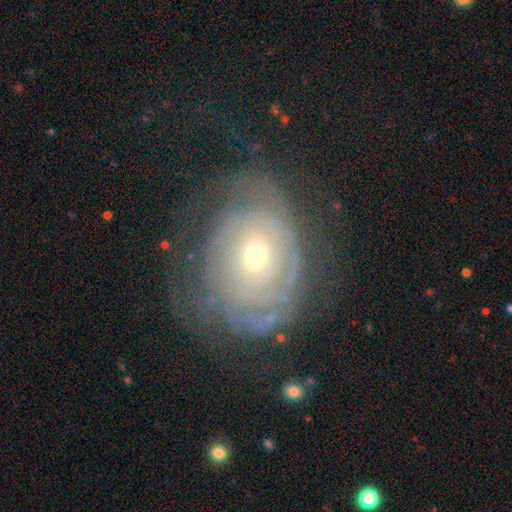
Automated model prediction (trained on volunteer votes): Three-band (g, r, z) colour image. It shows a featured or disk galaxy (79%) with no bar (81%), tight (79%) spiral arms (87%) and a small central bulge (55%). Merging: none (66%).